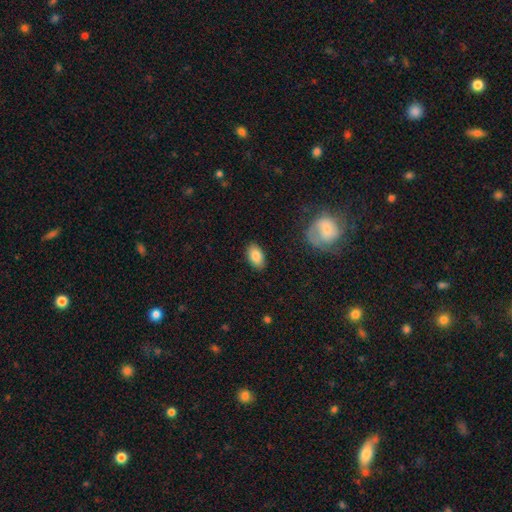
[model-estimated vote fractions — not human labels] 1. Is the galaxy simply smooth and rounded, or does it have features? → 84% smooth, 9% featured or disk, 7% star or artifact.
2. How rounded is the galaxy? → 92% in between, 6% round, 2% cigar-shaped.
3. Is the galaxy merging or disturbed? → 87% none, 10% minor disturbance, 2% major disturbance, 1% merger.